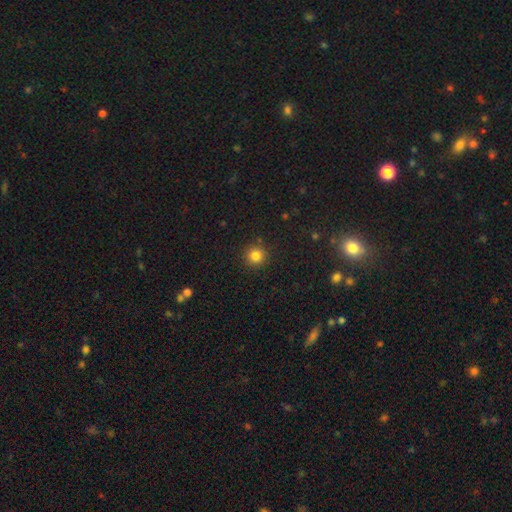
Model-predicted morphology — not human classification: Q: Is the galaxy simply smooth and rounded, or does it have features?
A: smooth — 83%.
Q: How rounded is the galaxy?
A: round — 94%.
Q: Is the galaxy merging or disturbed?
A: none — 91%.